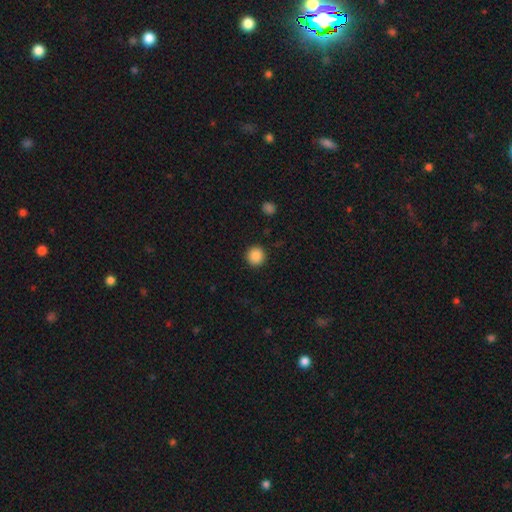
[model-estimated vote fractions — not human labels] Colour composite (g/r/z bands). It shows a smooth galaxy with no disk features (88%) that is round (93%). Merging: none (92%).